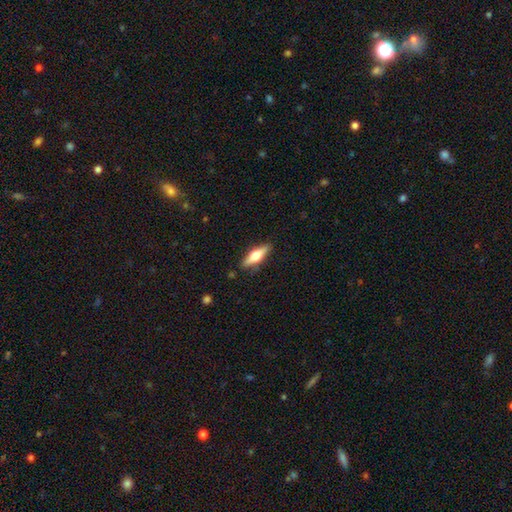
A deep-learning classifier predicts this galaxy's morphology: smooth_or_featured: smooth (p=0.48) [alt: featured or disk p=0.47]
merging: none (p=0.86) [alt: minor disturbance p=0.10]